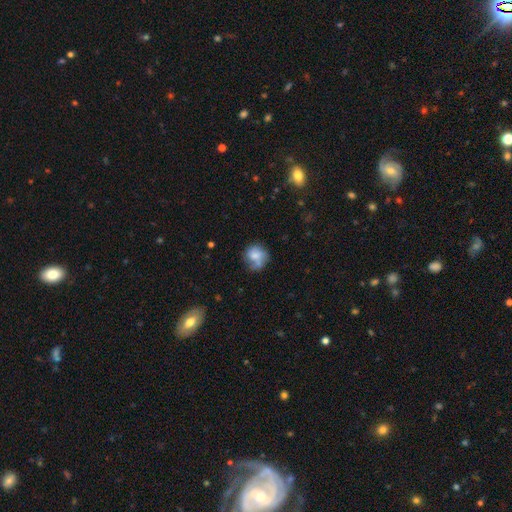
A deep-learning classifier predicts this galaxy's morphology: Smooth or featured? smooth (64%)
How rounded? round (73%)
Merging? none (43%)